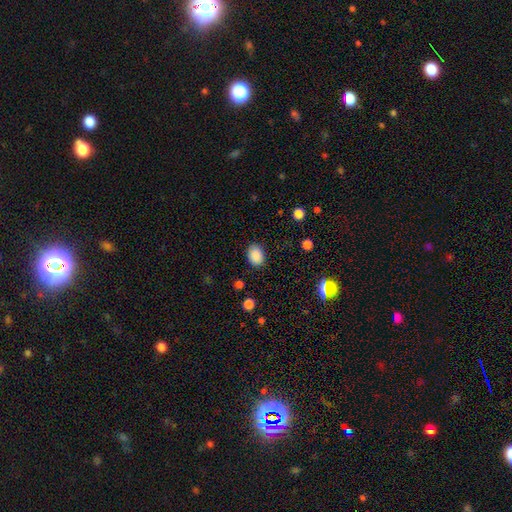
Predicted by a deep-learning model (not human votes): Q: Smooth or featured?
A: smooth (87%); runner-up: star or artifact (9%)
Q: How rounded?
A: in between (68%); runner-up: round (31%)
Q: Merging?
A: none (86%); runner-up: minor disturbance (10%)